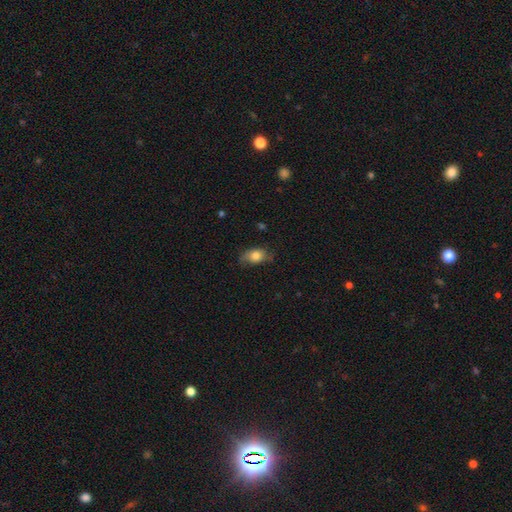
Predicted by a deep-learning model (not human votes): Smooth or featured? smooth (77%)
How rounded? in between (83%)
Merging? none (62%)